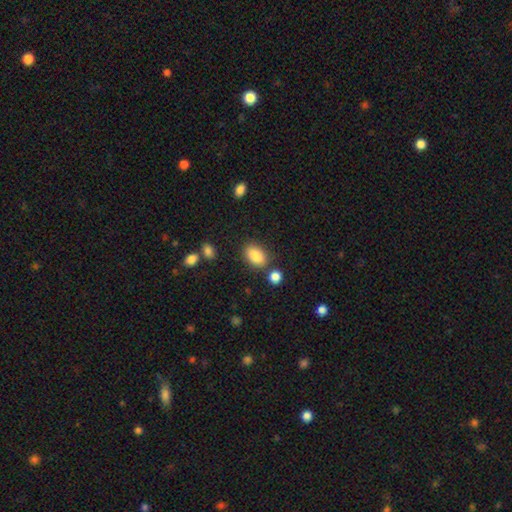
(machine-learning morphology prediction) Overall: smooth (87%). How rounded: in between (87%). Merging: none (76%).